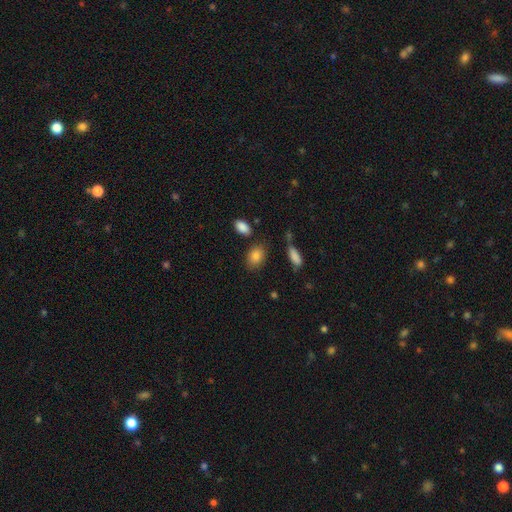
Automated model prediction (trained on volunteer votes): A smooth galaxy with no disk features (86%) that is in between round and cigar-shaped (81%).

Vote fractions:
- Smooth or featured? smooth: 86% / star or artifact: 8% / featured or disk: 6%
- How rounded? in between: 81% / round: 17% / cigar-shaped: 2%
- Merging? none: 78% / minor disturbance: 13% / merger: 5% / major disturbance: 4%